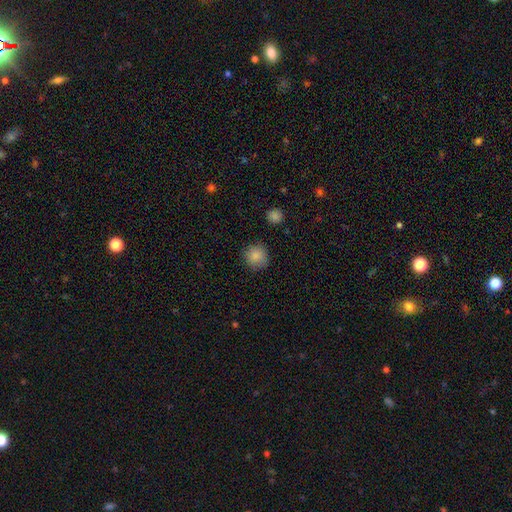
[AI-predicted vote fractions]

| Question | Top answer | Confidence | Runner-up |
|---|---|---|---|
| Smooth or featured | smooth | 86% | star or artifact (9%) |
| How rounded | round | 92% | in between (7%) |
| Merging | none | 88% | minor disturbance (8%) |